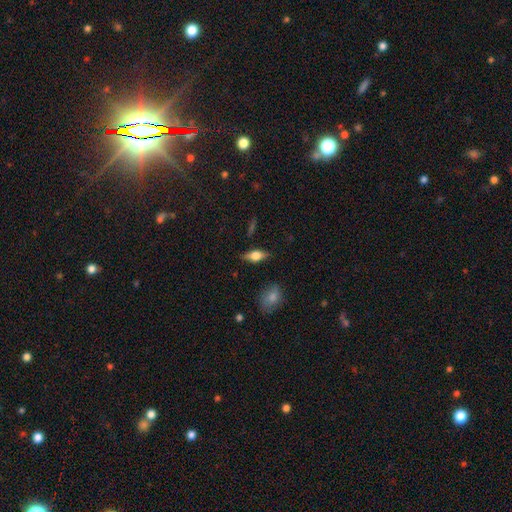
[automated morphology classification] smooth-or-featured: featured or disk: 46% (tied) | smooth: 46% (tied) | star or artifact: 8%
  merging: none: 85% | minor disturbance: 11% | major disturbance: 3% | merger: 2%